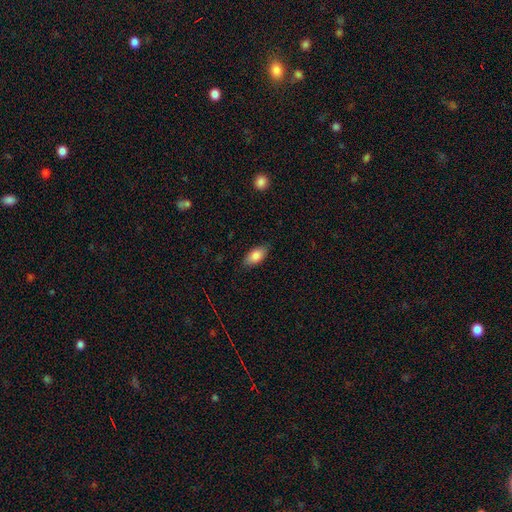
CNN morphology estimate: This appears to be a smooth galaxy with no disk features (84%) that is in between round and cigar-shaped (90%). Merging: none (85%).